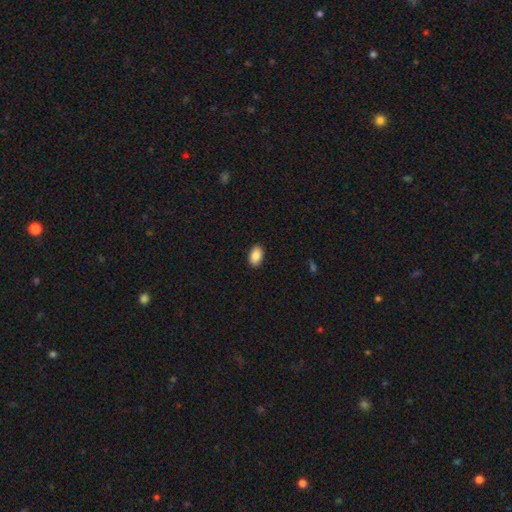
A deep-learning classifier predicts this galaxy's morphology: type=smooth (88%); roundness=in between (91%); merging=none (90%).